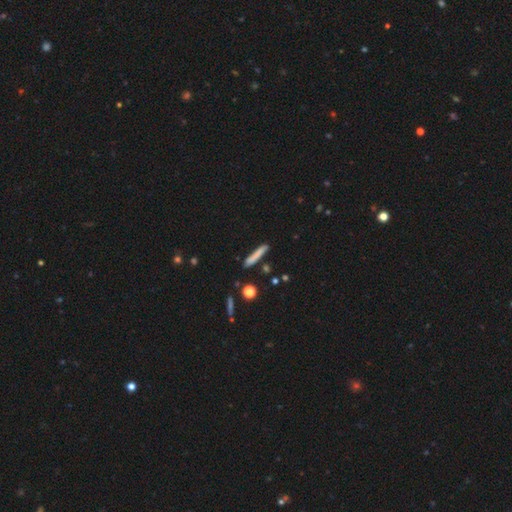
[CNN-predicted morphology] Q: Smooth or featured?
A: smooth (75%); runner-up: featured or disk (17%)
Q: How rounded?
A: cigar-shaped (93%); runner-up: in between (5%)
Q: Merging?
A: none (82%); runner-up: minor disturbance (12%)